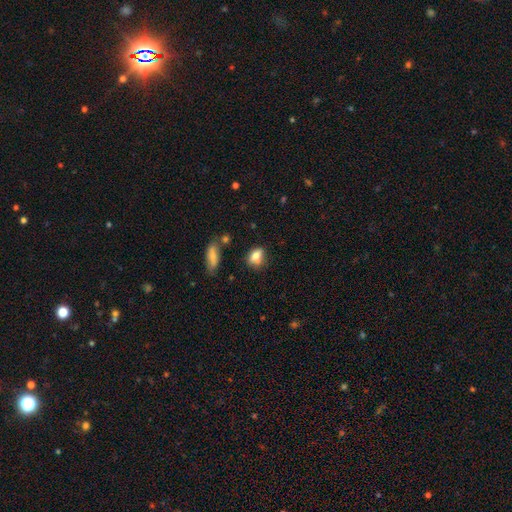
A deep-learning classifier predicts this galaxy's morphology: smooth-or-featured: smooth: 80% | featured or disk: 11% | star or artifact: 9%
  how-rounded: in between: 68% | round: 27% | cigar-shaped: 4%
  merging: none: 63% | minor disturbance: 24% | merger: 7% | major disturbance: 6%